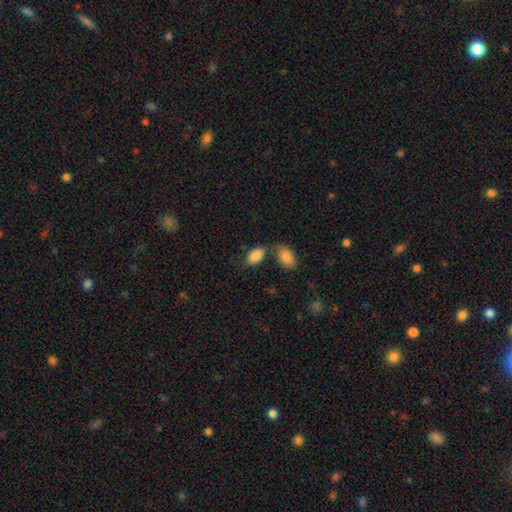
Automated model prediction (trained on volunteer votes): Smooth or featured? Predicted: smooth (p=0.86). How rounded? Predicted: in between (p=0.94). Merging? Predicted: none (p=0.48).